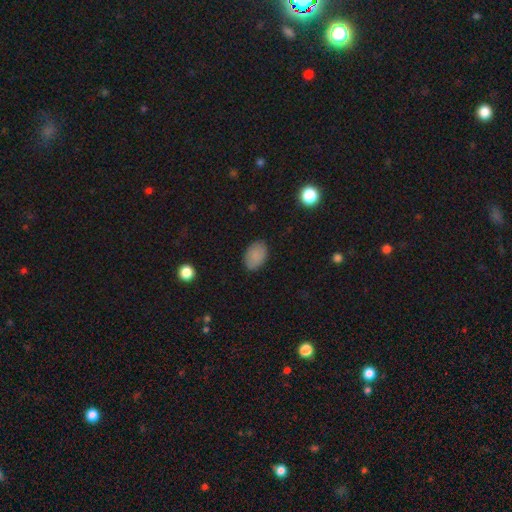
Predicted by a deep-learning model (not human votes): A smooth galaxy with no disk features (86%) that is in between round and cigar-shaped (87%).

Vote fractions:
- Smooth or featured? smooth: 86% / star or artifact: 8% / featured or disk: 5%
- How rounded? in between: 87% / round: 12% / cigar-shaped: 1%
- Merging? none: 85% / minor disturbance: 12% / major disturbance: 3% / merger: 1%